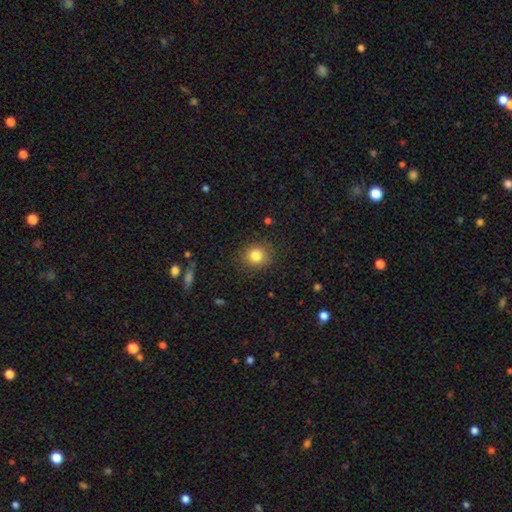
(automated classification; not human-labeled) Smooth or featured: smooth — 82% (star or artifact — 11%)
How rounded: round — 79% (in between — 21%)
Merging: none — 86% (minor disturbance — 10%)